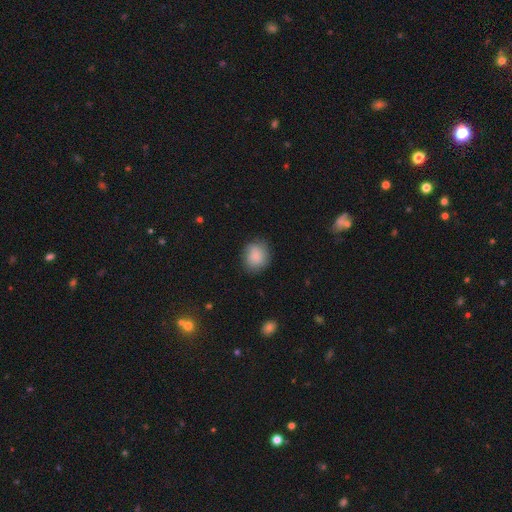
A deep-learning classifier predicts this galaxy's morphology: A smooth galaxy with no disk features (85%) that is round (74%).

Vote fractions:
- Smooth or featured? smooth: 85% / featured or disk: 8% / star or artifact: 7%
- How rounded? round: 74% / in between: 25% / cigar-shaped: 1%
- Merging? none: 79% / minor disturbance: 15% / major disturbance: 4% / merger: 1%